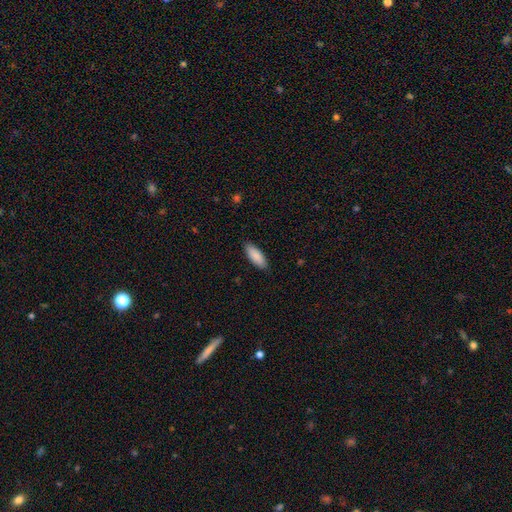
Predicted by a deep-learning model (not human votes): Morphology: type=smooth (90%); roundness=in between (76%); merging=none (89%).